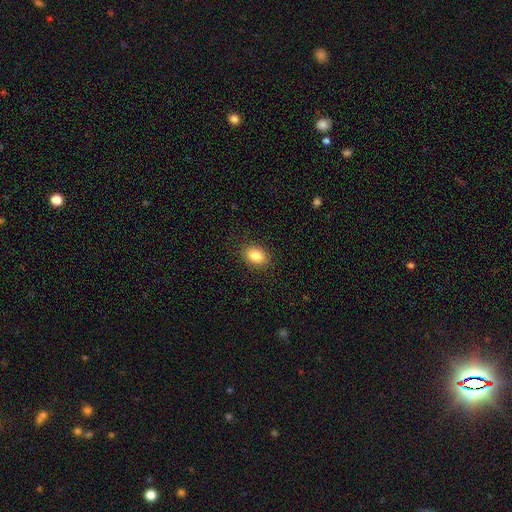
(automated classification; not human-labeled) Smooth or featured? Predicted: smooth (p=0.84). How rounded? Predicted: in between (p=0.78). Merging? Predicted: none (p=0.88).